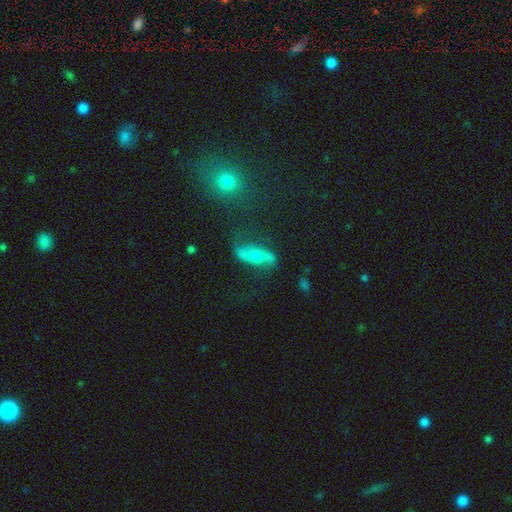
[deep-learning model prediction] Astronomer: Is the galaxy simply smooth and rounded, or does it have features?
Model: featured or disk — 65%.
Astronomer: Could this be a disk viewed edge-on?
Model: no — 84%.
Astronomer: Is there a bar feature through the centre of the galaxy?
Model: no — 50% (runner-up: weak, 30%).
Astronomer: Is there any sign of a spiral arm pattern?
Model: yes — 87%.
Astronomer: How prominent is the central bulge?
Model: moderate — 51% (runner-up: small, 33%).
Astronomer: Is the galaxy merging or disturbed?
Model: none — 67%.